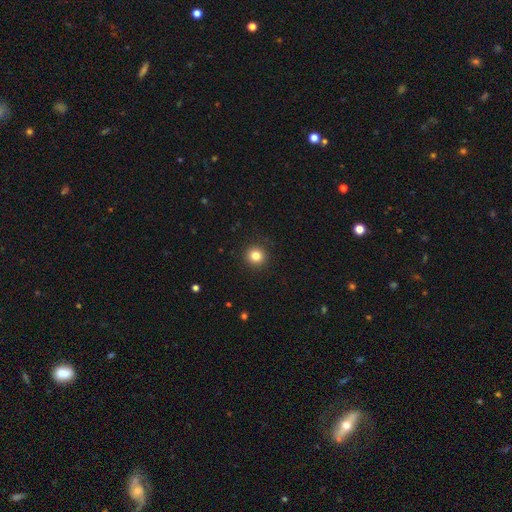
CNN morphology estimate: Q: Smooth or featured?
A: smooth (83%); runner-up: star or artifact (12%)
Q: How rounded?
A: round (95%); runner-up: in between (4%)
Q: Merging?
A: none (92%); runner-up: minor disturbance (5%)